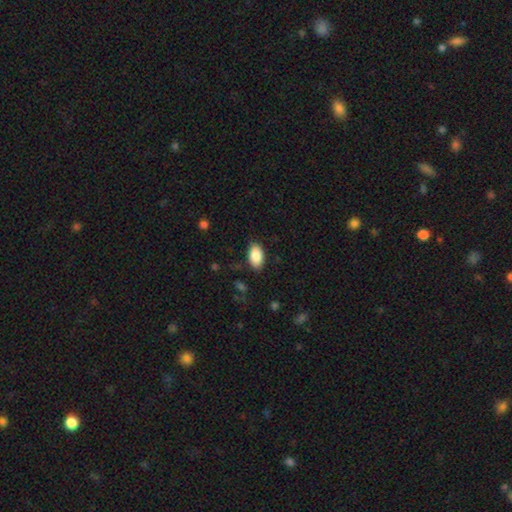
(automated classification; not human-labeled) A smooth galaxy with no disk features (89%) that is in between round and cigar-shaped (94%).

Vote fractions:
- Smooth or featured? smooth: 89% / star or artifact: 7% / featured or disk: 4%
- How rounded? in between: 94% / round: 4% / cigar-shaped: 2%
- Merging? none: 85% / minor disturbance: 11% / major disturbance: 3% / merger: 1%